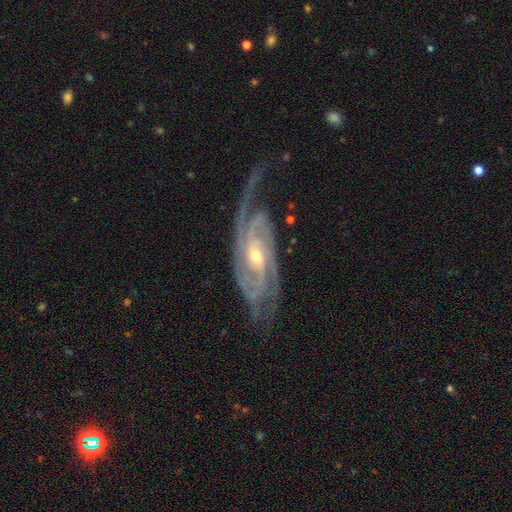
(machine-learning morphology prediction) A featured or disk galaxy (92%) with no bar (49%), 2 (32%) tight (61%) spiral arms (98%) and a small central bulge (53%).

Vote fractions:
- Smooth or featured? featured or disk: 92% / star or artifact: 5% / smooth: 3%
- Edge-on disk? no: 94% / yes: 6%
- Bar? no: 49% / weak: 33% / strong: 18%
- Spiral arms? yes: 98% / no: 2%
- Spiral winding? tight: 61% / medium: 33% / loose: 6%
- Spiral arm count? 2: 32% / 3: 31% / 4: 12% / can't tell: 12% / more than 4: 6% / 1: 6%
- Bulge size? small: 53% / moderate: 44% / large: 1% / none: 1% / dominant: 1%
- Merging? none: 69% / minor disturbance: 19% / major disturbance: 10% / merger: 2%